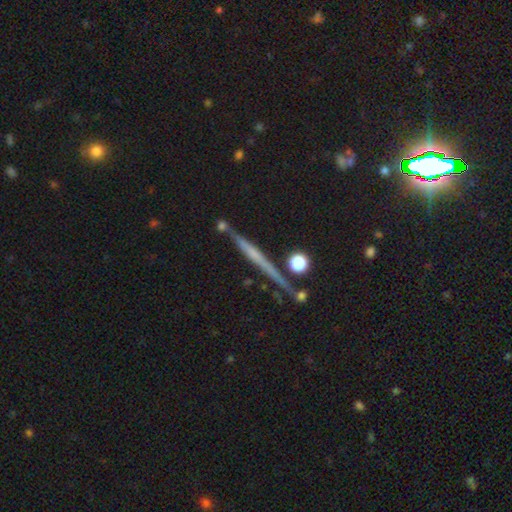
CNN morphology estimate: Overall: featured or disk (60%; smooth 27%). Edge-on disk: yes (97%). Edge-on bulge: none (68%). Merging: none (85%).